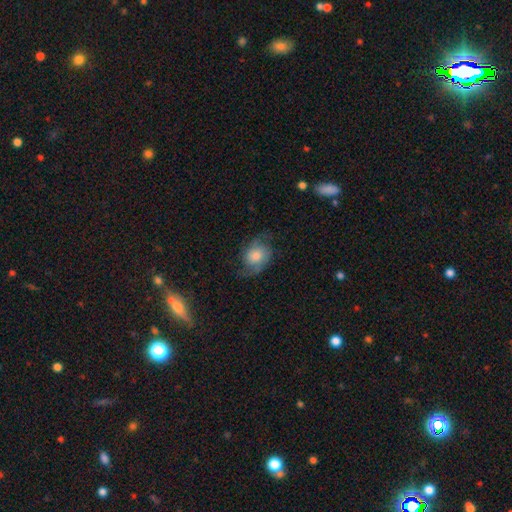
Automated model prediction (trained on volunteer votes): Smooth or featured? Predicted: featured or disk (p=0.57). Edge-on disk? Predicted: no (p=0.96). Bar? Predicted: no (p=0.74). Spiral arms? Predicted: yes (p=0.89). Bulge size? Predicted: moderate (p=0.45). Merging? Predicted: none (p=0.65).